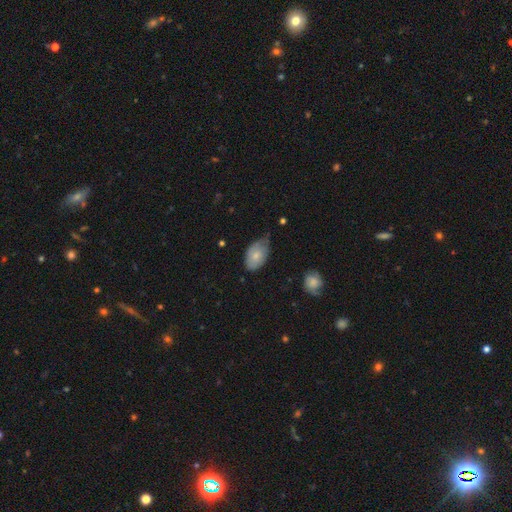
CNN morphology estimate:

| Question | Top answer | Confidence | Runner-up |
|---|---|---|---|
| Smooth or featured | smooth | 72% | featured or disk (21%) |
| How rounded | in between | 91% | round (8%) |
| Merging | minor disturbance | 45% | none (44%) |